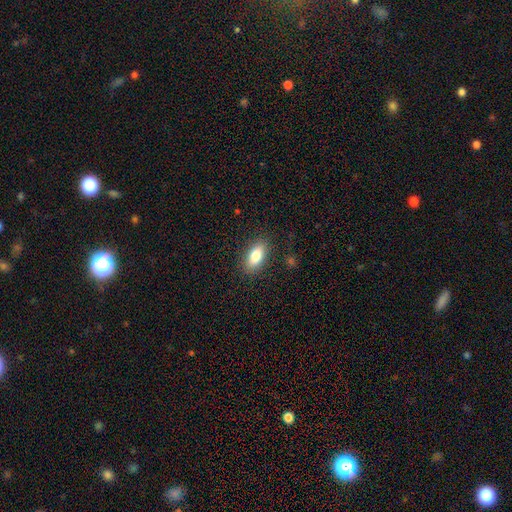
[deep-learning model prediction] Smooth or featured? Predicted: smooth (p=0.82). How rounded? Predicted: in between (p=0.87). Merging? Predicted: none (p=0.87).